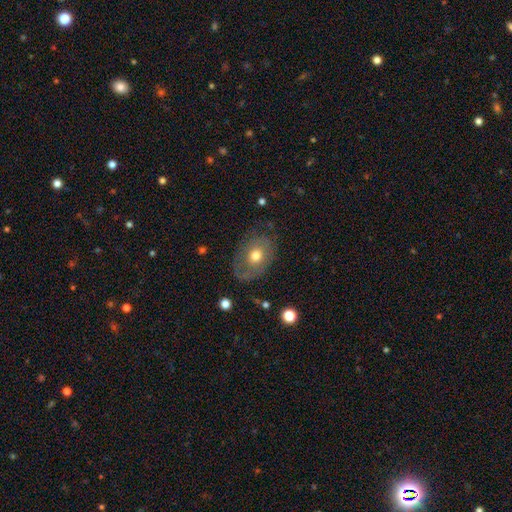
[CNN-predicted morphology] Q: Smooth or featured?
A: smooth (55%); runner-up: featured or disk (36%)
Q: How rounded?
A: in between (68%); runner-up: round (31%)
Q: Merging?
A: none (67%); runner-up: minor disturbance (20%)